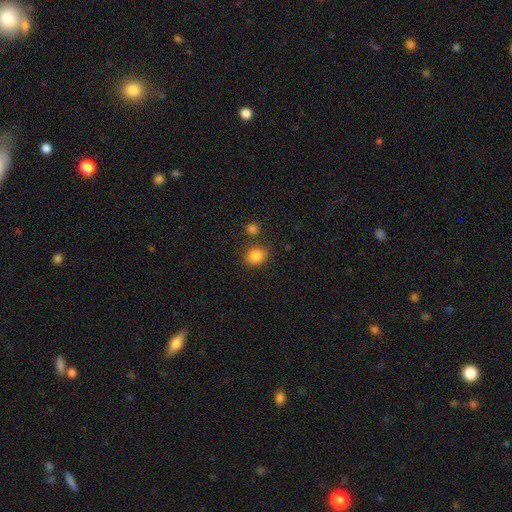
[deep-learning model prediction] A smooth galaxy with no disk features (85%) that is round (54%). Merging: none (75%).